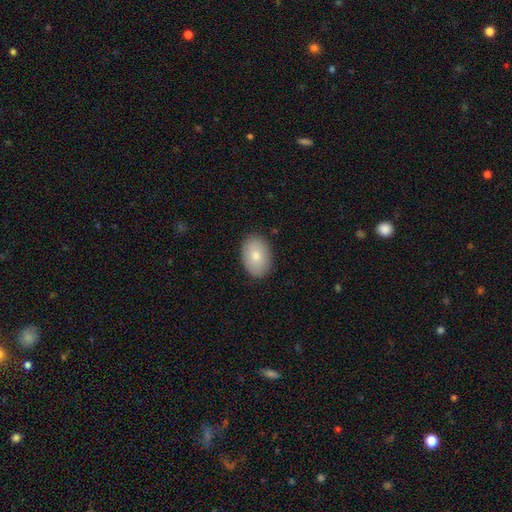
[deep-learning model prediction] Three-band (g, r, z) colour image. It shows a smooth galaxy with no disk features (80%) that is in between round and cigar-shaped (86%). Merging: none (88%).